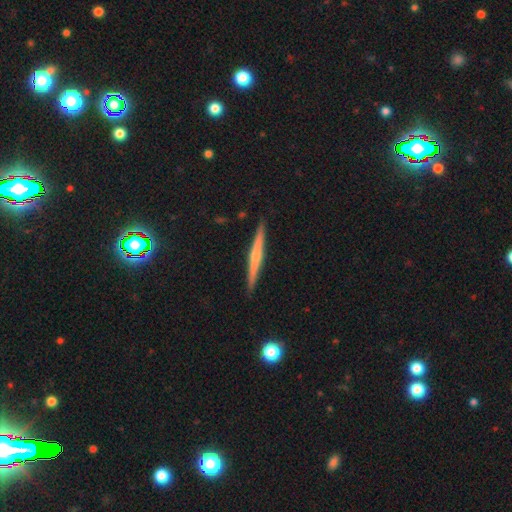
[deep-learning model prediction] Smooth or featured? Predicted: featured or disk (p=0.62). Edge-on disk? Predicted: yes (p=0.98). Edge-on bulge? Predicted: rounded (p=0.60). Merging? Predicted: none (p=0.91).